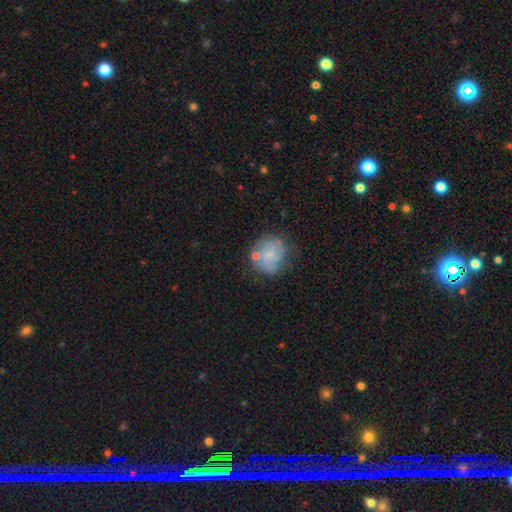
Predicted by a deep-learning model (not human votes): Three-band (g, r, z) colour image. It shows a smooth galaxy with no disk features (47%). Merging: none (62%).